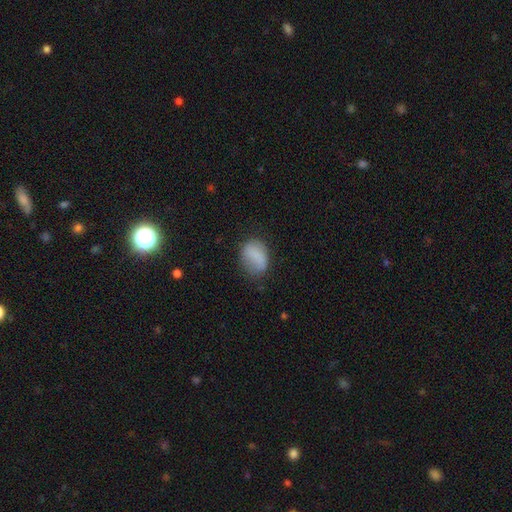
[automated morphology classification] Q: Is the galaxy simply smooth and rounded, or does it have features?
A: smooth — 78%.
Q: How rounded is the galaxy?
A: in between — 73%.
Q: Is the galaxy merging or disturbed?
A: none — 58%.